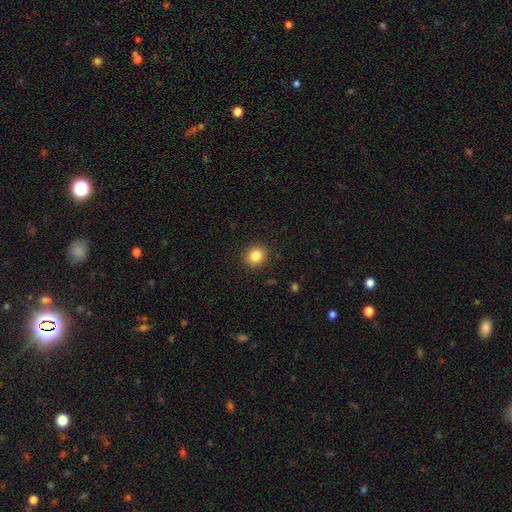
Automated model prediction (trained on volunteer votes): Overall: smooth (85%). How rounded: round (82%). Merging: none (90%).